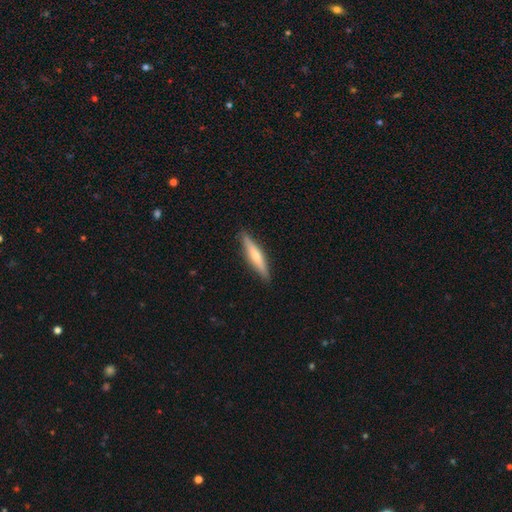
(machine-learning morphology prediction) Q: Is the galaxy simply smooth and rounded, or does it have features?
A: smooth — 51%.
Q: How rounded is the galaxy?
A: cigar-shaped — 88%.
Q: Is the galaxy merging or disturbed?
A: none — 90%.